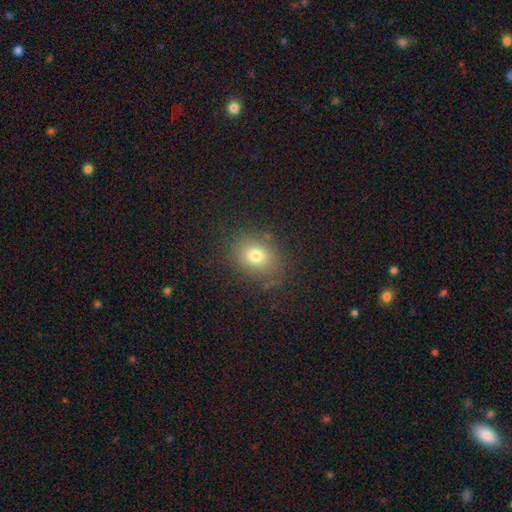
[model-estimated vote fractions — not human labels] smooth 76%, star or artifact 14%, featured or disk 10%. Down the decision tree: how rounded — in between (54%); merging — none (82%).